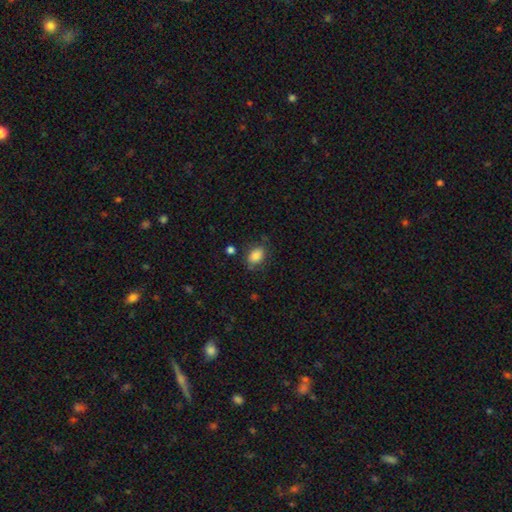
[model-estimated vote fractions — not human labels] This is clearly a smooth galaxy (83%). How rounded: likely in between (79%). Merging: likely none (72%).